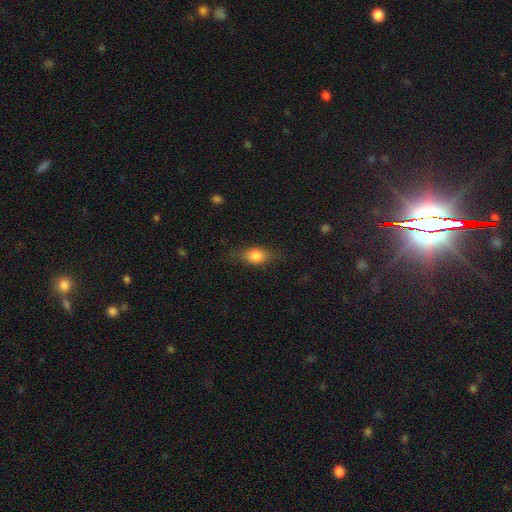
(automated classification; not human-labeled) Smooth or featured: smooth — 76% (featured or disk — 15%)
How rounded: in between — 77% (round — 13%)
Merging: none — 76% (minor disturbance — 18%)